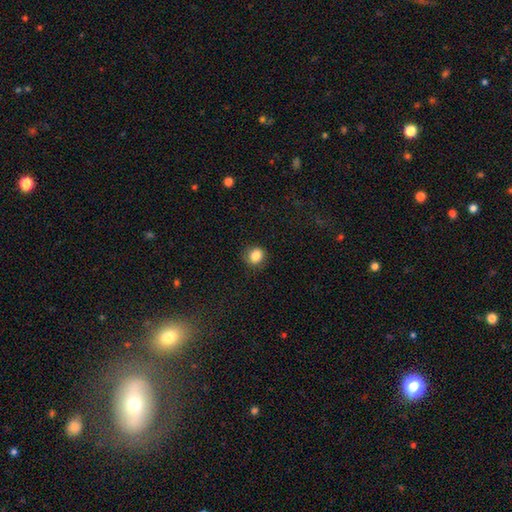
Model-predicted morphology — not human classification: Overall: smooth (84%). How rounded: round (73%). Merging: none (82%).